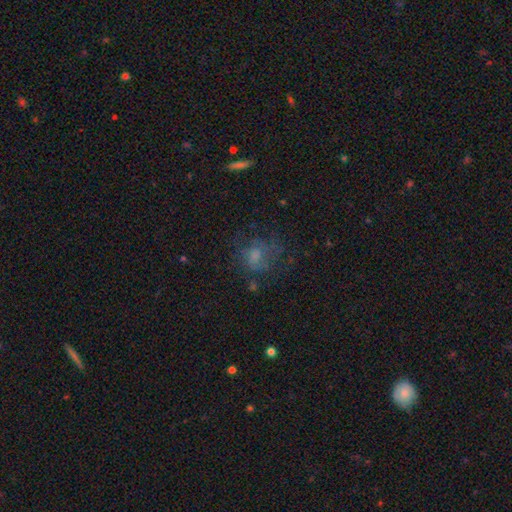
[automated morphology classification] This is possibly a smooth galaxy (48%). Merging: possibly none (50%).